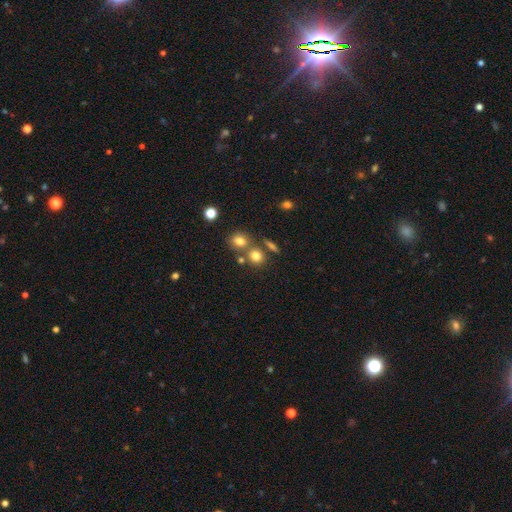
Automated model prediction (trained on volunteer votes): Q: Smooth or featured?
A: smooth (76%); runner-up: star or artifact (14%)
Q: How rounded?
A: round (79%); runner-up: in between (20%)
Q: Merging?
A: none (60%); runner-up: merger (27%)